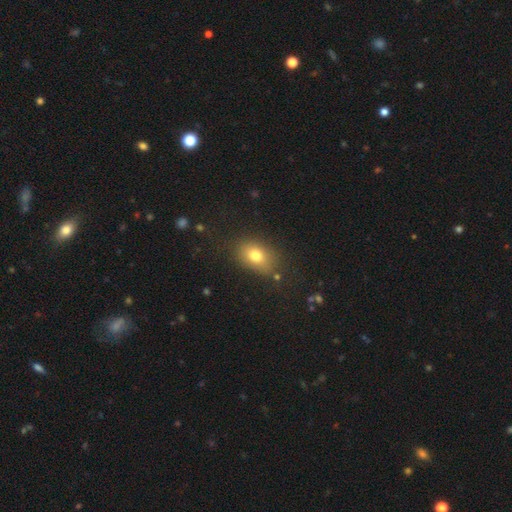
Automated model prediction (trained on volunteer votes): A smooth galaxy with no disk features (76%) that is in between round and cigar-shaped (73%).

Vote fractions:
- Smooth or featured? smooth: 76% / featured or disk: 12% / star or artifact: 12%
- How rounded? in between: 73% / round: 25% / cigar-shaped: 2%
- Merging? none: 79% / minor disturbance: 14% / major disturbance: 5% / merger: 2%